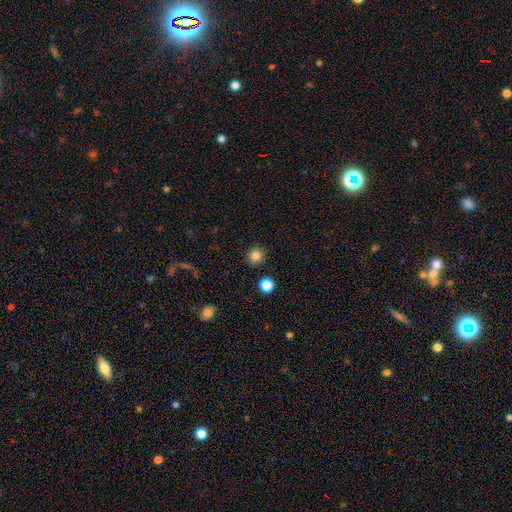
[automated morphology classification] Q: Smooth or featured?
A: smooth (83%); runner-up: star or artifact (12%)
Q: How rounded?
A: round (93%); runner-up: in between (6%)
Q: Merging?
A: none (91%); runner-up: minor disturbance (5%)